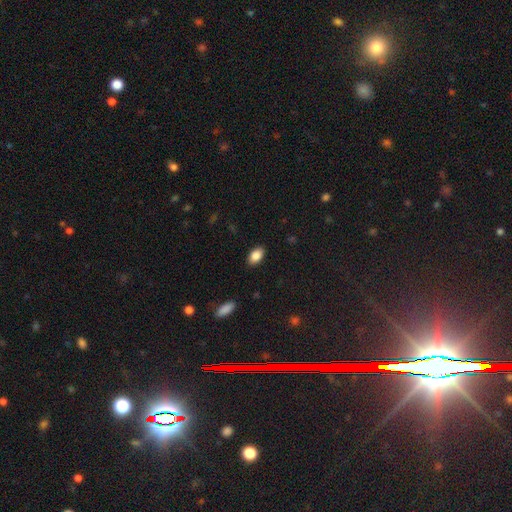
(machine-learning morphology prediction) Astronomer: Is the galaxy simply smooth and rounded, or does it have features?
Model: smooth — 87%.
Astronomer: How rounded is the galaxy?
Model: in between — 92%.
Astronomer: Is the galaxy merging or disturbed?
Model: none — 88%.